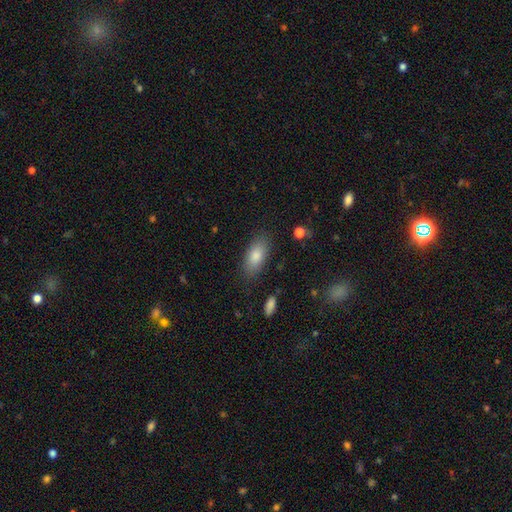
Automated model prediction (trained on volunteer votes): Smooth or featured? Predicted: smooth (p=0.81). How rounded? Predicted: in between (p=0.87). Merging? Predicted: none (p=0.85).